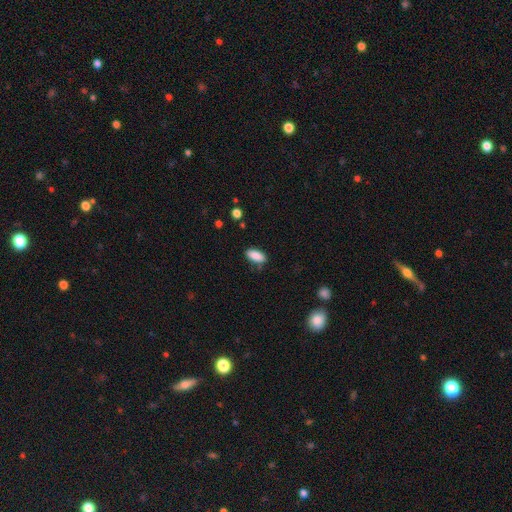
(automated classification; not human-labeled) The model was most divided on "merging": none: 80%, minor disturbance: 15%, major disturbance: 3%, merger: 2%. More confident: how rounded — in between (89%); smooth or featured — smooth (88%).